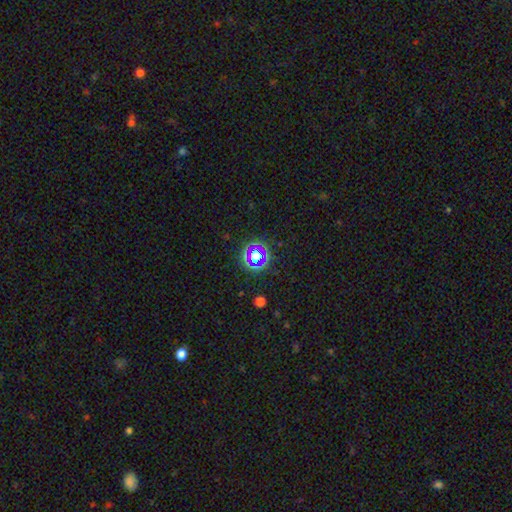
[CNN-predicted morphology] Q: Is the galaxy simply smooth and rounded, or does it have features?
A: star or artifact — 60%.